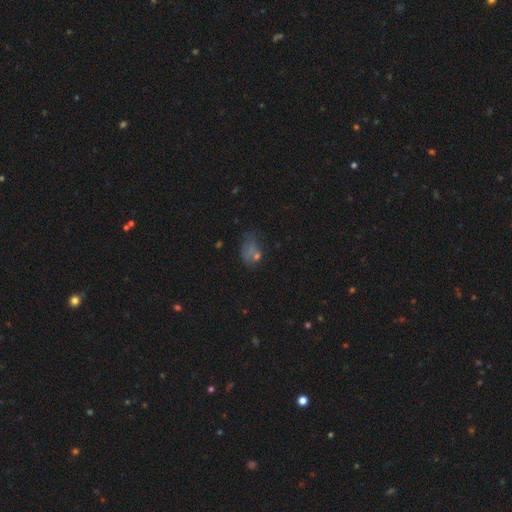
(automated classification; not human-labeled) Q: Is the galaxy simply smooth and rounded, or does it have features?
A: smooth — 47%.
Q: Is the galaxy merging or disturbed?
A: none — 38%.